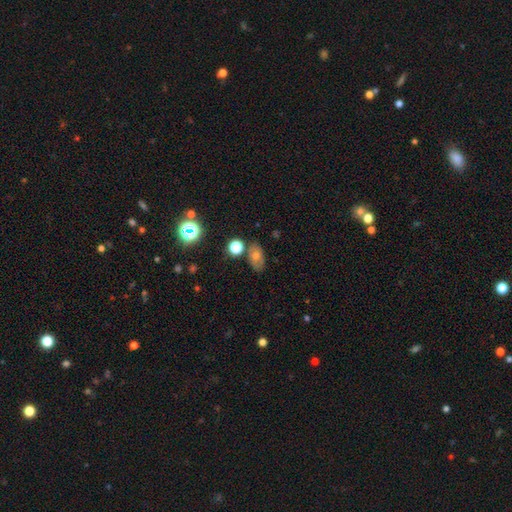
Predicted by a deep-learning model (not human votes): smooth 58%, featured or disk 24%, star or artifact 19%. Down the decision tree: how rounded — in between (80%); merging — none (73%).